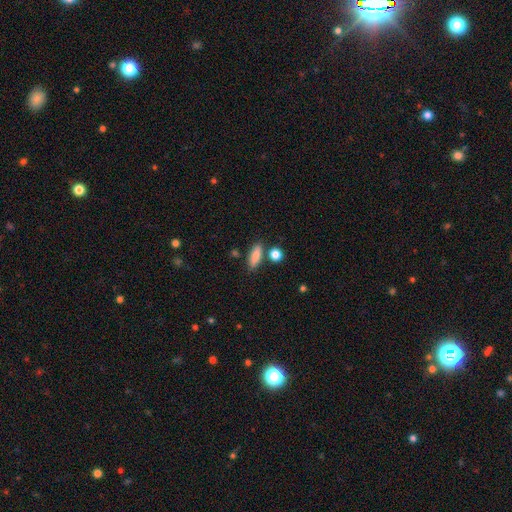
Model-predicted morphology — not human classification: smooth-or-featured: smooth: 83% | featured or disk: 9% | star or artifact: 8%
  how-rounded: in between: 57% | cigar-shaped: 37% | round: 6%
  merging: none: 77% | minor disturbance: 12% | merger: 8% | major disturbance: 3%